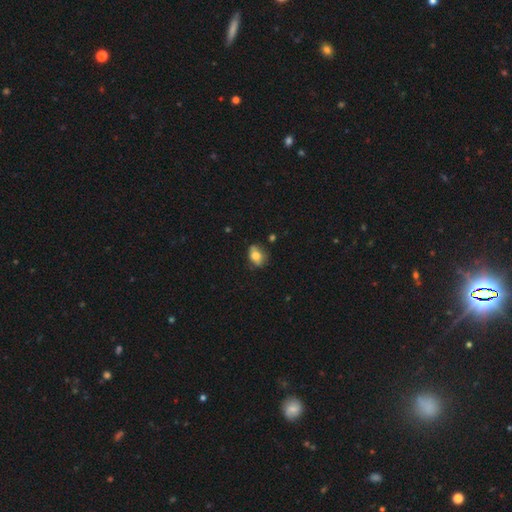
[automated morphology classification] Smooth or featured? Predicted: smooth (p=0.70). How rounded? Predicted: in between (p=0.72). Merging? Predicted: none (p=0.60).